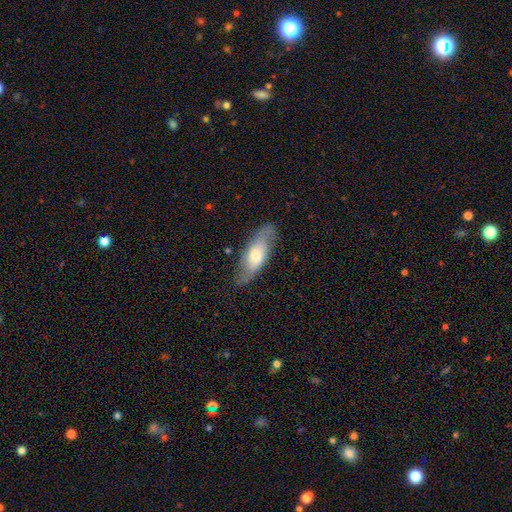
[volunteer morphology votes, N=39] Volunteers were most divided on "how rounded": in between: 70%, cigar-shaped: 30%, round: 0%. More confident: merging — none (71%); smooth or featured — smooth (69%).